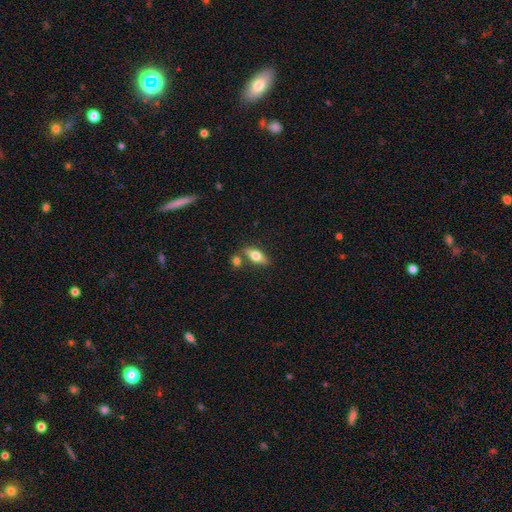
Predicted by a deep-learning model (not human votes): The model was most divided on "smooth or featured": smooth: 62%, featured or disk: 31%, star or artifact: 7%. More confident: how rounded — in between (72%); merging — none (70%).